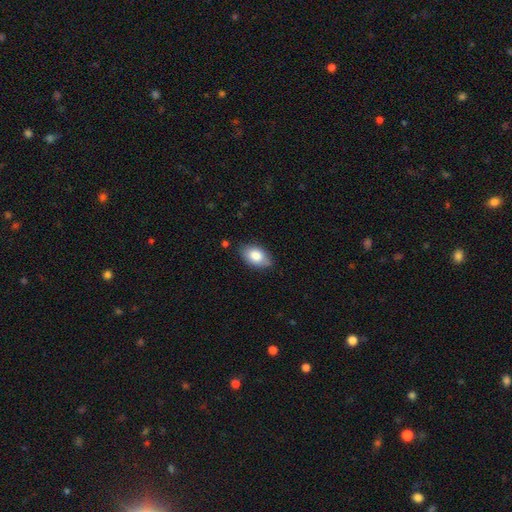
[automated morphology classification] A smooth galaxy with no disk features (83%) that is in between round and cigar-shaped (91%). Merging: none (79%).